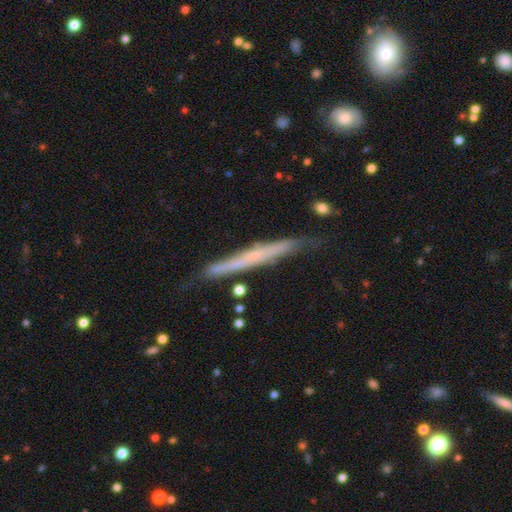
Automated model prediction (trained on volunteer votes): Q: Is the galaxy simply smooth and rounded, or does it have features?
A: featured or disk — 56%.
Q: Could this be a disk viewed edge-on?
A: yes — 94%.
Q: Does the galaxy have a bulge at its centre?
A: none — 75%.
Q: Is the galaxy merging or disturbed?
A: none — 75%.